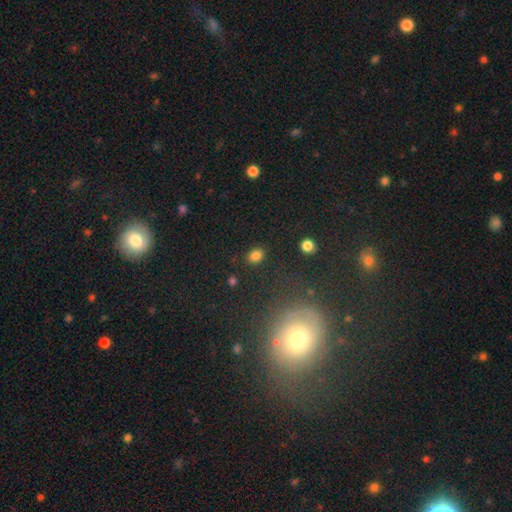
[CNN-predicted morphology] smooth-or-featured: smooth: 81% | star or artifact: 13% | featured or disk: 5%
  how-rounded: in between: 61% | round: 38% | cigar-shaped: 1%
  merging: none: 86% | minor disturbance: 9% | major disturbance: 3% | merger: 2%